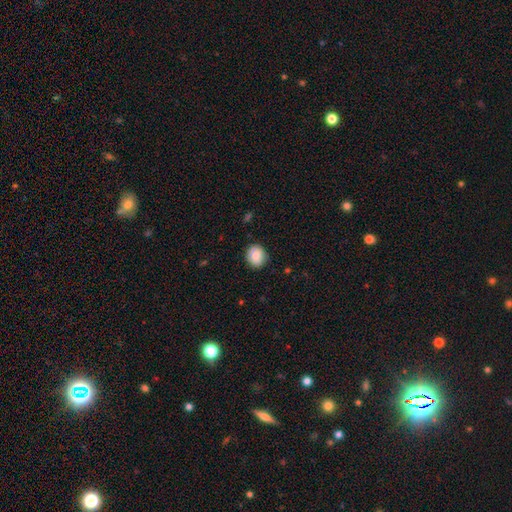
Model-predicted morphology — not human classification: smooth-or-featured: smooth: 83% | featured or disk: 9% | star or artifact: 8%
  how-rounded: round: 78% | in between: 21% | cigar-shaped: 1%
  merging: none: 85% | minor disturbance: 11% | major disturbance: 2% | merger: 1%